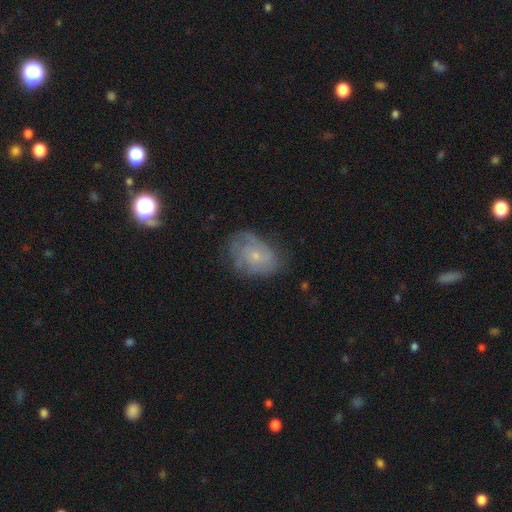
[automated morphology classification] smooth-or-featured: featured or disk: 53% | smooth: 37% | star or artifact: 10%
  disk-edge-on: no: 96% | yes: 4%
    bar: no: 84% | weak: 14% | strong: 2%
    has-spiral-arms: yes: 65% | no: 35%
    bulge-size: small: 75% | moderate: 20% | none: 3% | large: 1% | dominant: 1%
  merging: none: 53% | minor disturbance: 29% | major disturbance: 16% | merger: 2%